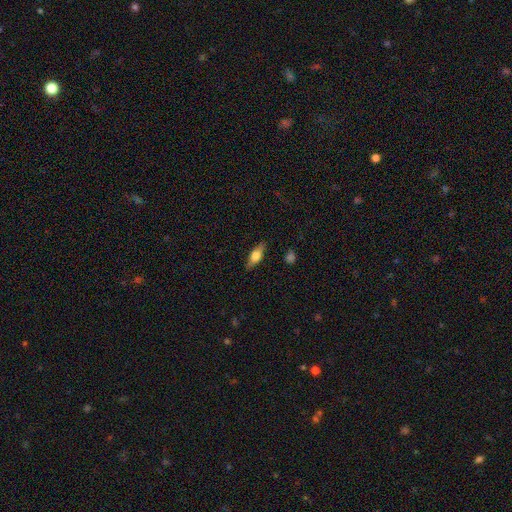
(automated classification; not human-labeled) Smooth or featured? smooth (58%)
How rounded? in between (61%)
Merging? none (85%)